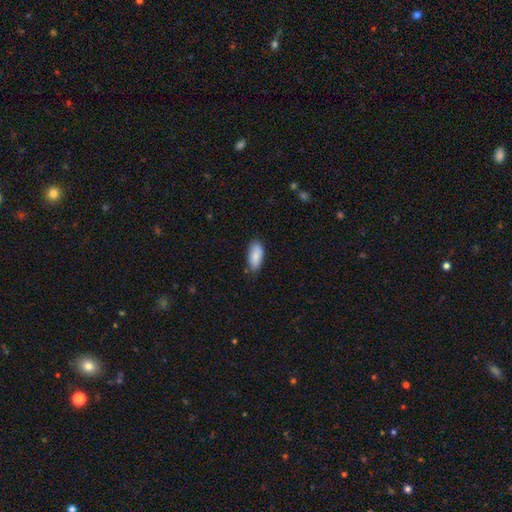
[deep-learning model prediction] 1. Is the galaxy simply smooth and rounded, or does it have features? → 86% smooth, 8% featured or disk, 6% star or artifact.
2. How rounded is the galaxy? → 90% in between, 8% cigar-shaped, 2% round.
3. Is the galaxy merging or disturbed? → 76% none, 20% minor disturbance, 3% major disturbance, 1% merger.